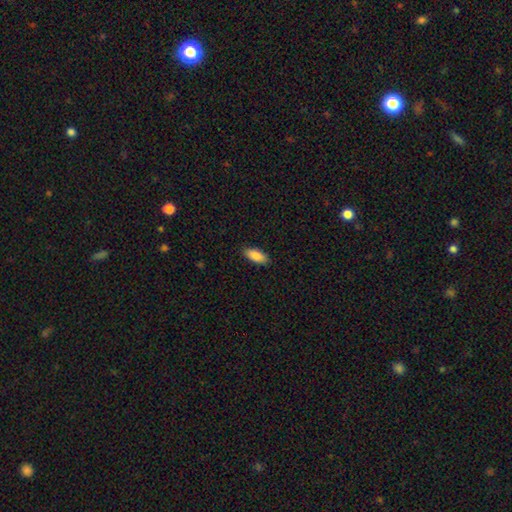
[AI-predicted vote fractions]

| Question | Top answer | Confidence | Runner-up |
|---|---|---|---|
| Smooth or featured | smooth | 89% | star or artifact (6%) |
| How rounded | in between | 84% | cigar-shaped (14%) |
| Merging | none | 88% | minor disturbance (9%) |